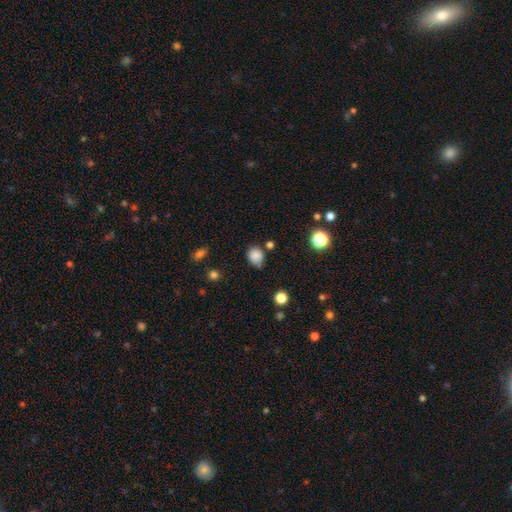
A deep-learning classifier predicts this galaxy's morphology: Smooth or featured? Predicted: smooth (p=0.82). How rounded? Predicted: round (p=0.58). Merging? Predicted: none (p=0.70).